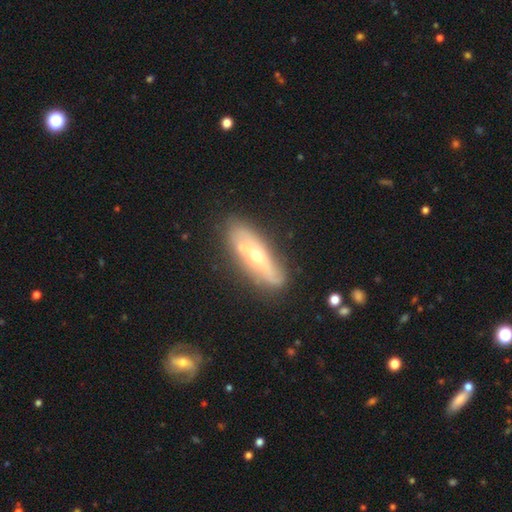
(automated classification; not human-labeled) Q: Smooth or featured?
A: featured or disk (62%); runner-up: smooth (31%)
Q: Edge-on disk?
A: no (60%); runner-up: yes (40%)
Q: Merging?
A: none (72%); runner-up: minor disturbance (18%)